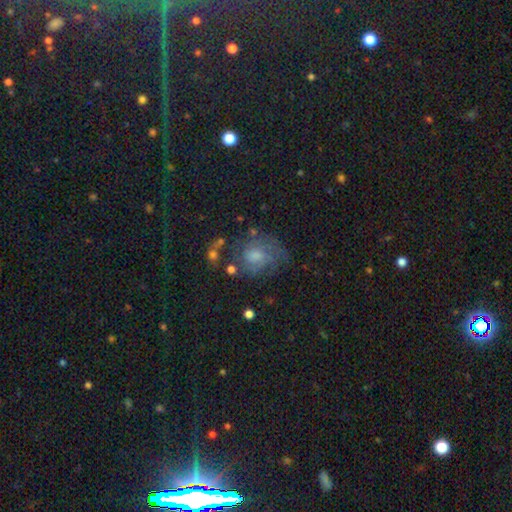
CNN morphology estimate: type=featured or disk (52%); edge-on=no (97%); bar=no (64%); spiral arms=yes (77%); bulge=moderate (44%); merging=none (50%).